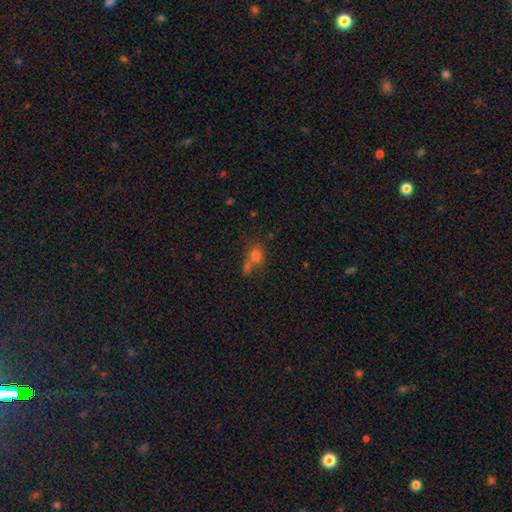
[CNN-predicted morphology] The model was most divided on "merging": merger: 41%, none: 39%, minor disturbance: 12%, major disturbance: 8%. More confident: smooth or featured — smooth (70%); how rounded — round (54%).